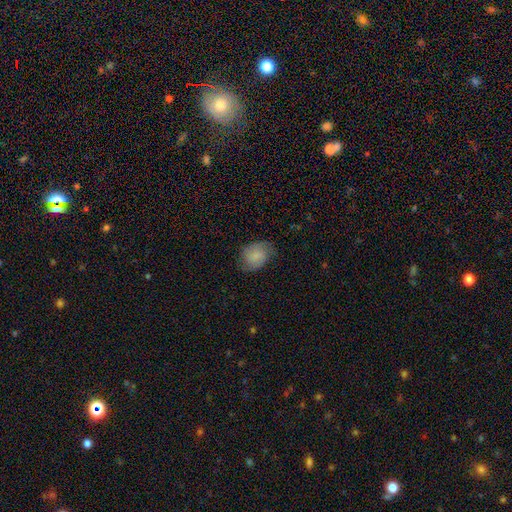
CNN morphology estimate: smooth_or_featured: smooth (p=0.65) [alt: featured or disk p=0.27]
how_rounded: in between (p=0.59) [alt: round p=0.40]
merging: none (p=0.67) [alt: minor disturbance p=0.25]